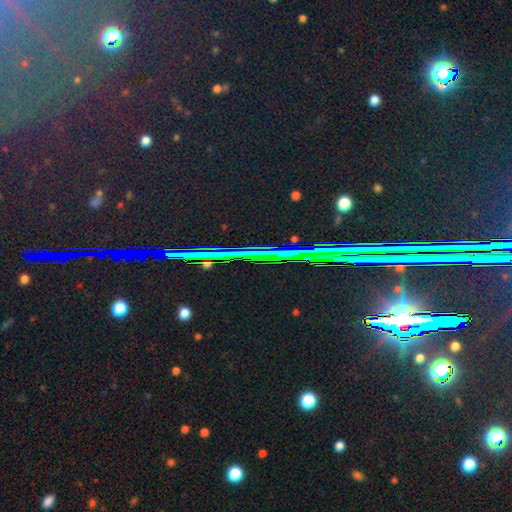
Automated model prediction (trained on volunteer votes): smooth_or_featured: star or artifact (p=0.84) [alt: featured or disk p=0.08]